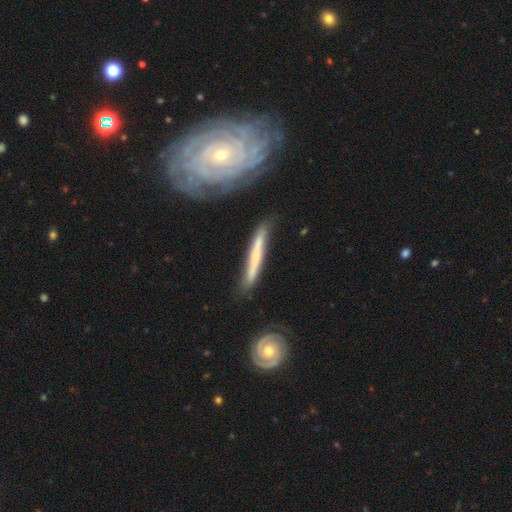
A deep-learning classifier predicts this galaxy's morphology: Smooth or featured? Predicted: featured or disk (p=0.58). Edge-on disk? Predicted: yes (p=0.74). Merging? Predicted: none (p=0.77).